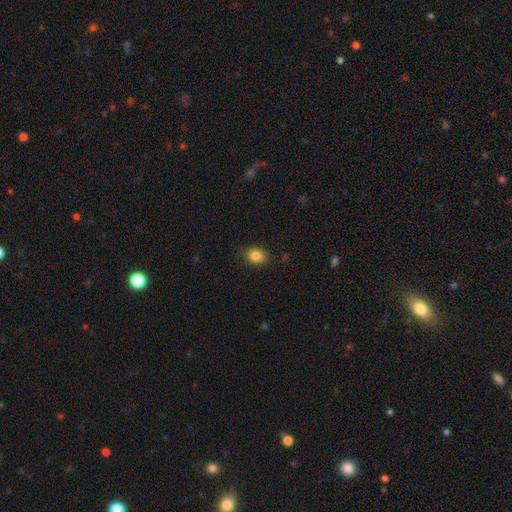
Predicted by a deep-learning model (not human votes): A smooth galaxy with no disk features (84%) that is in between round and cigar-shaped (63%).

Vote fractions:
- Smooth or featured? smooth: 84% / star or artifact: 10% / featured or disk: 6%
- How rounded? in between: 63% / round: 36% / cigar-shaped: 1%
- Merging? none: 84% / minor disturbance: 12% / major disturbance: 3% / merger: 1%